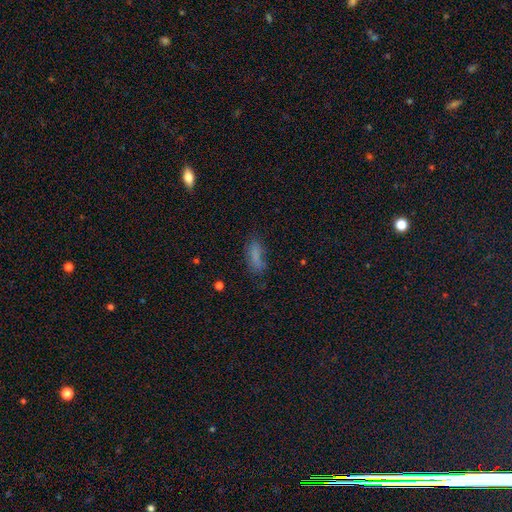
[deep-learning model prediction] This is likely a smooth galaxy (76%). How rounded: likely in between (67%). Merging: likely none (61%).